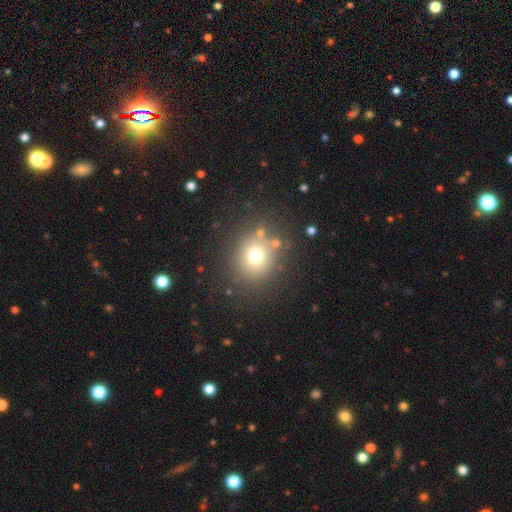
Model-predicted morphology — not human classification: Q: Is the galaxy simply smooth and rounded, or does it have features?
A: smooth — 70%.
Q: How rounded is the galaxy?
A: round — 81%.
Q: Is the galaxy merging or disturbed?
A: none — 77%.